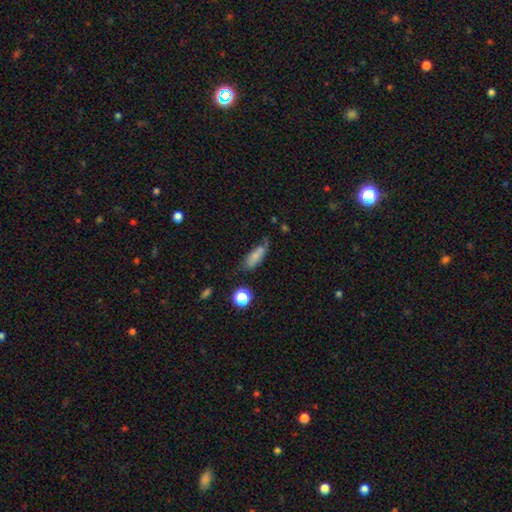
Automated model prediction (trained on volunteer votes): A smooth galaxy with no disk features (73%) that is in between round and cigar-shaped (73%). Merging: none (49%).